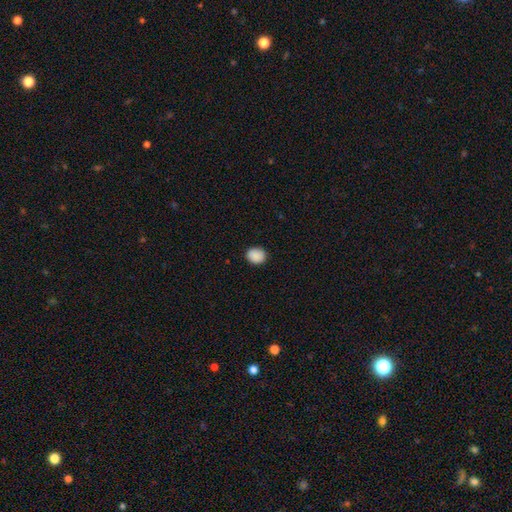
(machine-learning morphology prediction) This is clearly a smooth galaxy (90%). How rounded: likely round (60%). Merging: clearly none (89%).